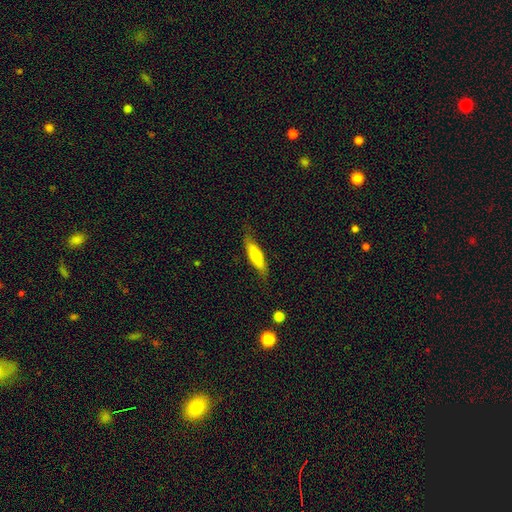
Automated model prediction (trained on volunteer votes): Q: Smooth or featured?
A: smooth (64%); runner-up: featured or disk (30%)
Q: How rounded?
A: cigar-shaped (64%); runner-up: in between (34%)
Q: Merging?
A: none (78%); runner-up: minor disturbance (17%)